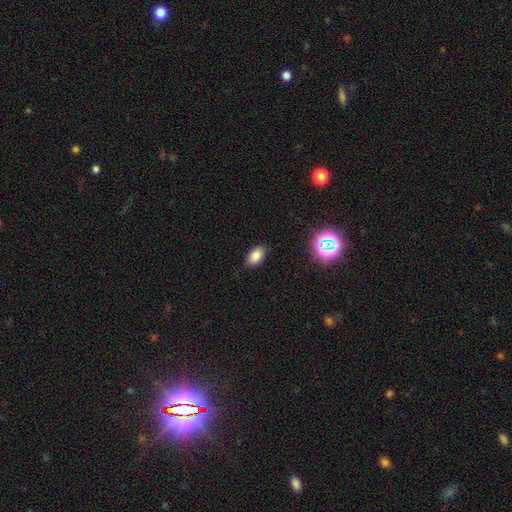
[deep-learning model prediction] This is clearly a smooth galaxy (81%). How rounded: clearly in between (91%). Merging: clearly none (86%).